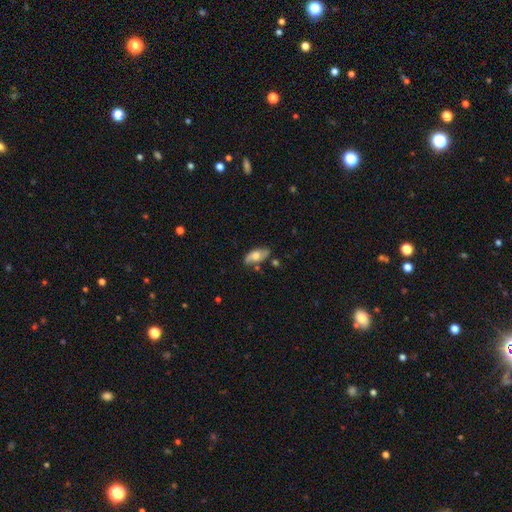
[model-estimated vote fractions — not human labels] This is possibly a smooth galaxy (50%). How rounded: clearly in between (87%). Merging: likely none (72%).